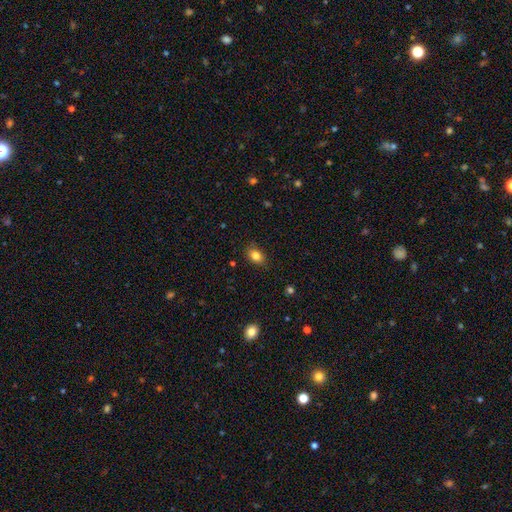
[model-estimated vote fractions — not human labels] This appears to be a smooth galaxy with no disk features (83%) that is in between round and cigar-shaped (76%). Merging: none (83%).